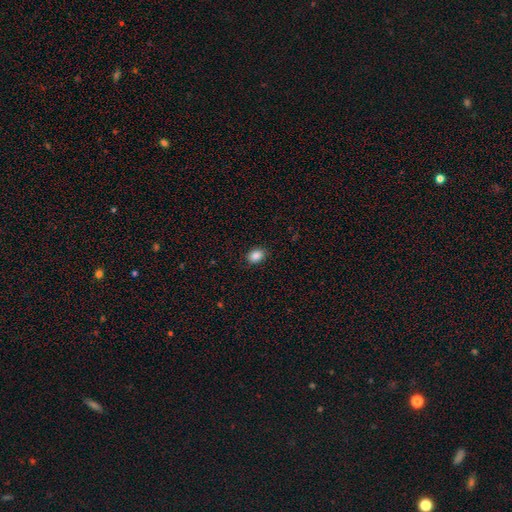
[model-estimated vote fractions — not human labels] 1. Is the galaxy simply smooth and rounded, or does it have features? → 87% smooth, 9% star or artifact, 4% featured or disk.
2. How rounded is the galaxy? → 71% in between, 28% round, 1% cigar-shaped.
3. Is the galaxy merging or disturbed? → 89% none, 8% minor disturbance, 2% major disturbance, 1% merger.